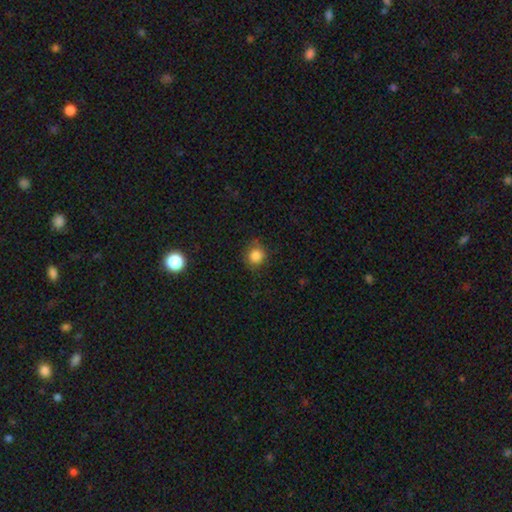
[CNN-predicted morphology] This appears to be a smooth galaxy with no disk features (84%) that is round (86%). Merging: none (79%).